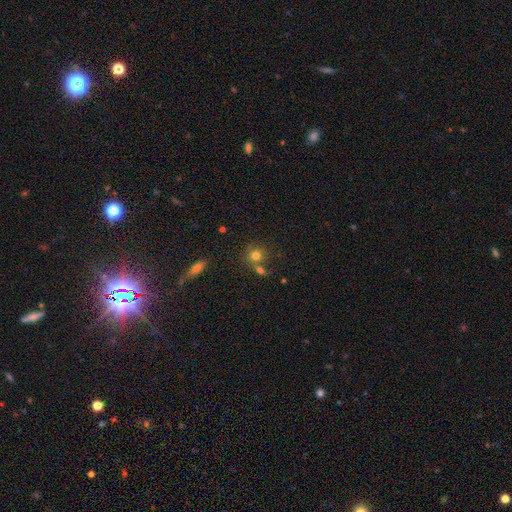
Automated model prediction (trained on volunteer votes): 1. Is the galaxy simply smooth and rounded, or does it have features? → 75% smooth, 14% star or artifact, 11% featured or disk.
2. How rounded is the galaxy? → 85% round, 14% in between, 1% cigar-shaped.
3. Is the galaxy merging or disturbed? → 57% none, 28% merger, 11% minor disturbance, 4% major disturbance.